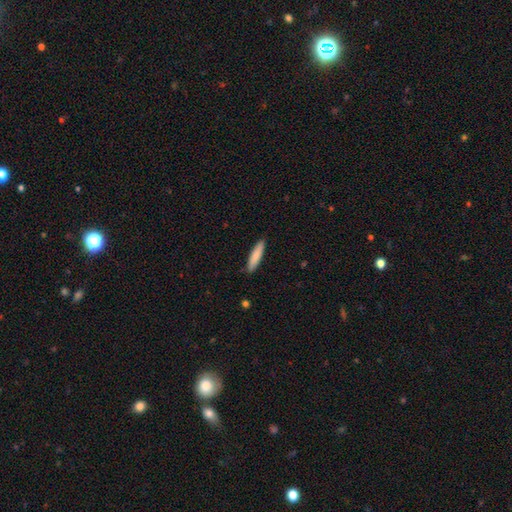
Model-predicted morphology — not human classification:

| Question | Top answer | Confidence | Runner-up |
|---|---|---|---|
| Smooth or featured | smooth | 84% | featured or disk (11%) |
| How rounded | cigar-shaped | 83% | in between (16%) |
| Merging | none | 89% | minor disturbance (8%) |